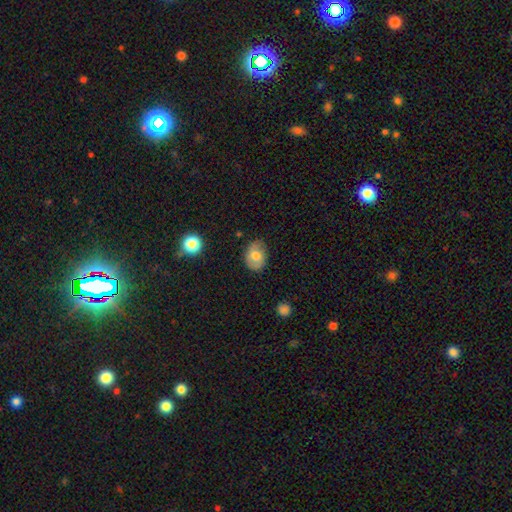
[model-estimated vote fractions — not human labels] smooth_or_featured: smooth (p=0.64) [alt: featured or disk p=0.28]
how_rounded: in between (p=0.67) [alt: round p=0.32]
merging: none (p=0.75) [alt: minor disturbance p=0.19]